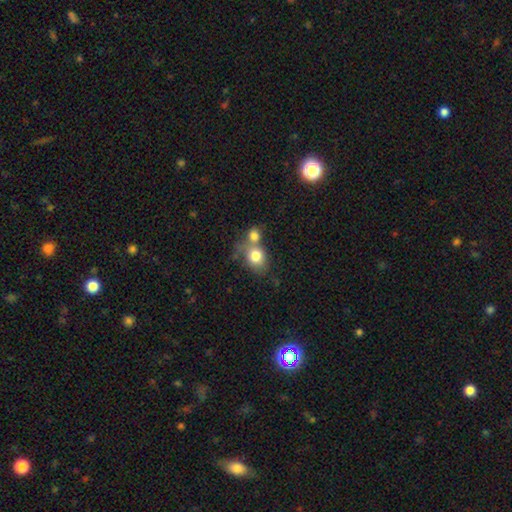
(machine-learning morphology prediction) This appears to be a smooth galaxy with no disk features (79%) that is round (63%). Merging: merger (49%).